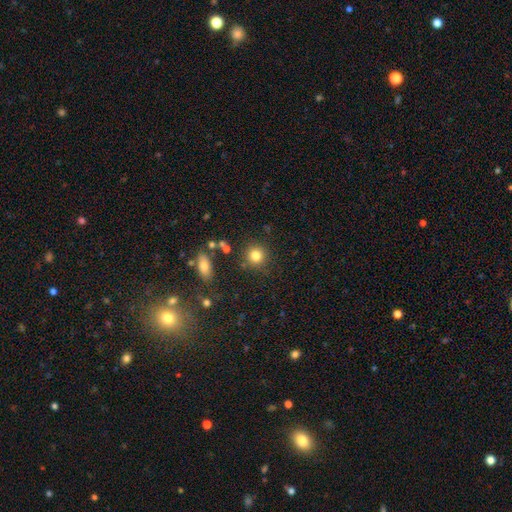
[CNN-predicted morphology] The model was most divided on "smooth or featured": smooth: 81%, star or artifact: 12%, featured or disk: 7%. More confident: how rounded — round (91%); merging — none (84%).